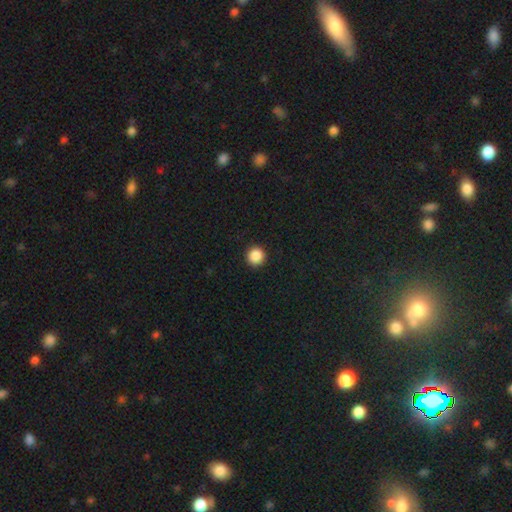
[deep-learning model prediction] Overall: smooth (88%). How rounded: round (96%). Merging: none (93%).